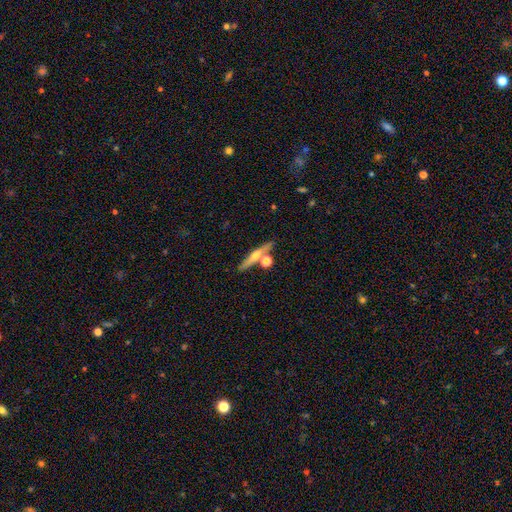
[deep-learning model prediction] A featured or disk galaxy (53%) viewed edge-on (93%).

Vote fractions:
- Smooth or featured? featured or disk: 53% / smooth: 39% / star or artifact: 7%
- Edge-on disk? yes: 93% / no: 7%
- Merging? none: 71% / merger: 16% / minor disturbance: 9% / major disturbance: 3%